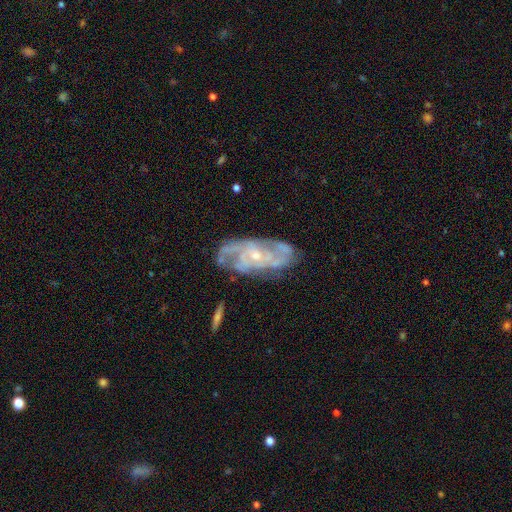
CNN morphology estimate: This is clearly a featured or disk galaxy (84%). It is clearly not viewed edge-on (94%). Bar: likely no (68%). Spiral arm pattern: clearly yes (92%). Spiral arm count: marginally can't tell (33%). Spiral winding: possibly tight (51%). Central bulge: likely small (68%). Merging: likely none (69%).